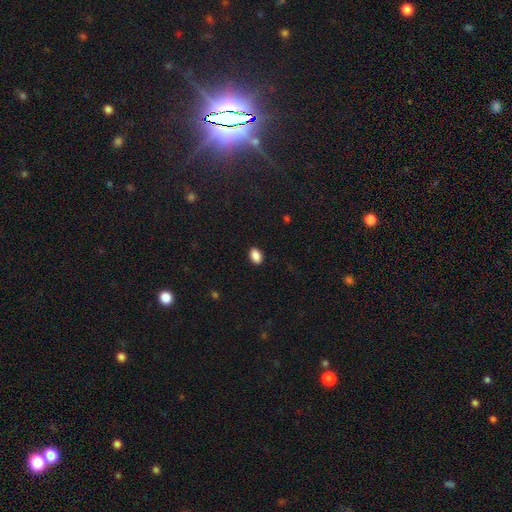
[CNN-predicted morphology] type=smooth (89%); roundness=in between (88%); merging=none (89%).